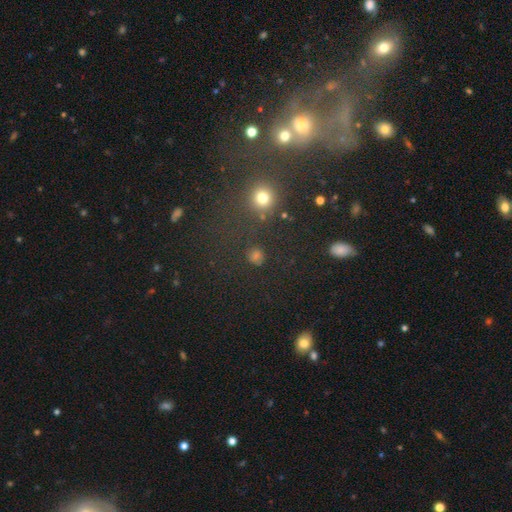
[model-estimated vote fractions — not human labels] The model was most divided on "smooth or featured": smooth: 59%, star or artifact: 32%, featured or disk: 10%. More confident: how rounded — round (82%); merging — none (79%).